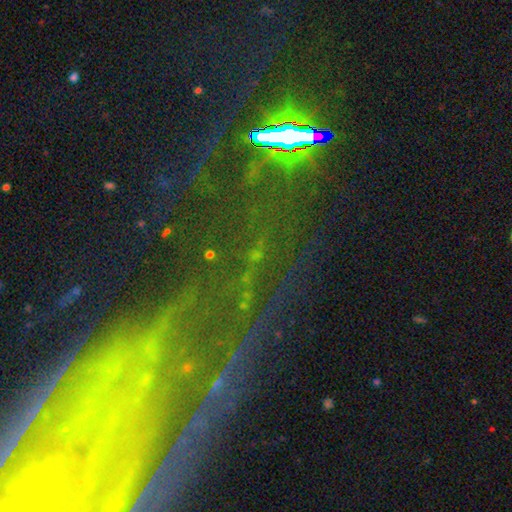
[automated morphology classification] This is likely a star or artifact rather than a galaxy (65%).